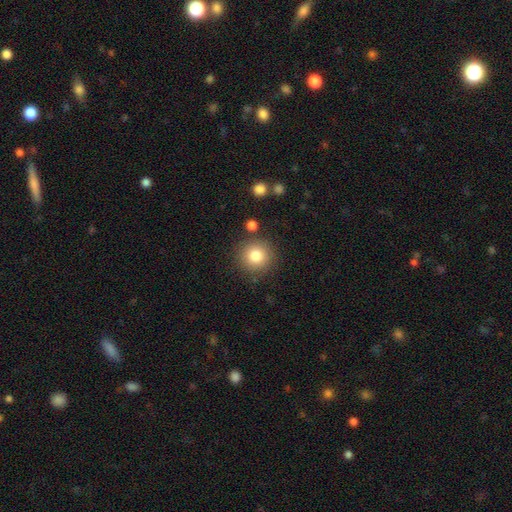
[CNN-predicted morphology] Smooth or featured? Predicted: smooth (p=0.82). How rounded? Predicted: round (p=0.94). Merging? Predicted: none (p=0.85).